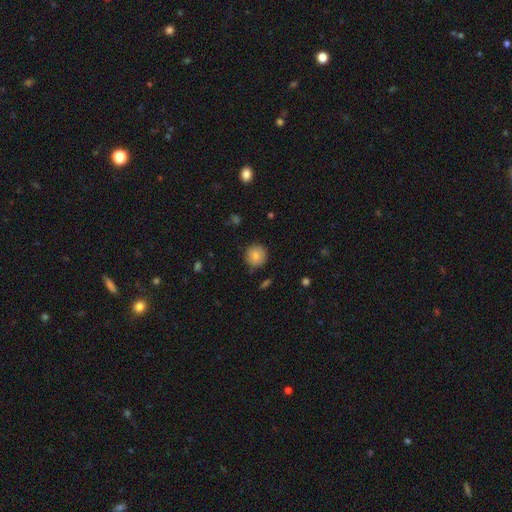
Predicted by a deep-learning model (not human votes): A smooth galaxy with no disk features (84%) that is round (93%). Merging: none (86%).